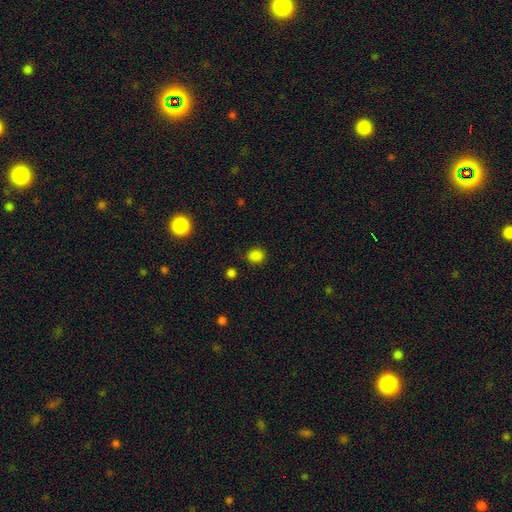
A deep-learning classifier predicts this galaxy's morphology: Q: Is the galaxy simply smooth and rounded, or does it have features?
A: smooth — 84%.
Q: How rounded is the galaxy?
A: round — 74%.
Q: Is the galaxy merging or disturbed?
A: none — 84%.